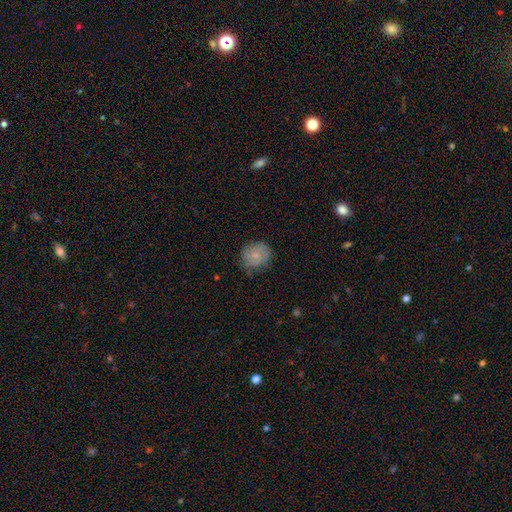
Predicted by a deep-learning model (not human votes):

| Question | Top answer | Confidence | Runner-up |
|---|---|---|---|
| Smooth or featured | smooth | 71% | featured or disk (21%) |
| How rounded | round | 80% | in between (19%) |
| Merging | none | 69% | minor disturbance (24%) |